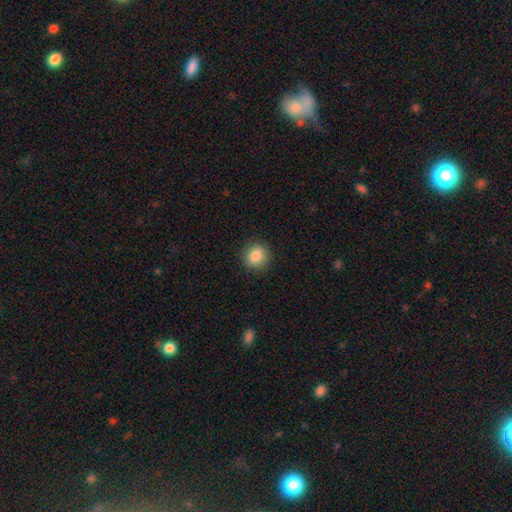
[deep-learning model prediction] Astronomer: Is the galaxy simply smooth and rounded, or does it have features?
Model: smooth — 86%.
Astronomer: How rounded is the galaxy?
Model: round — 86%.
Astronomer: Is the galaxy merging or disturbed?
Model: none — 89%.